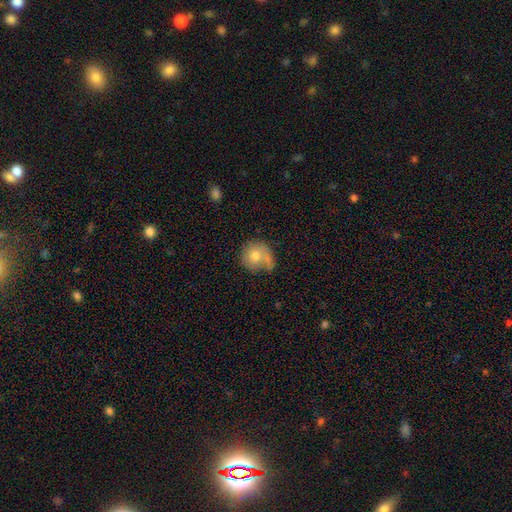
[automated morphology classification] Smooth or featured? smooth (69%)
How rounded? round (85%)
Merging? none (46%)